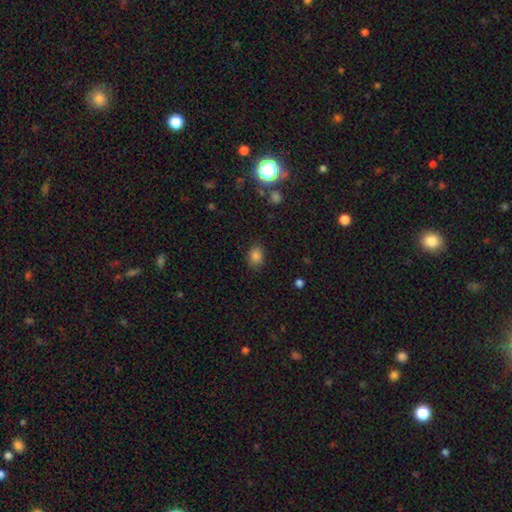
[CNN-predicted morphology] This appears to be a smooth galaxy with no disk features (83%) that is in between round and cigar-shaped (69%). Merging: none (83%).